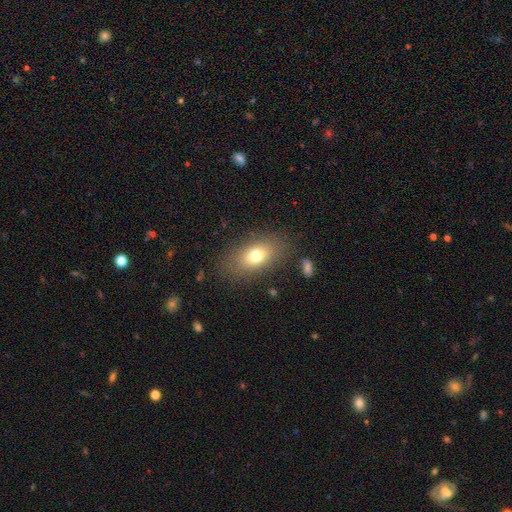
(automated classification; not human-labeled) A smooth galaxy with no disk features (75%) that is in between round and cigar-shaped (84%). Merging: none (81%).